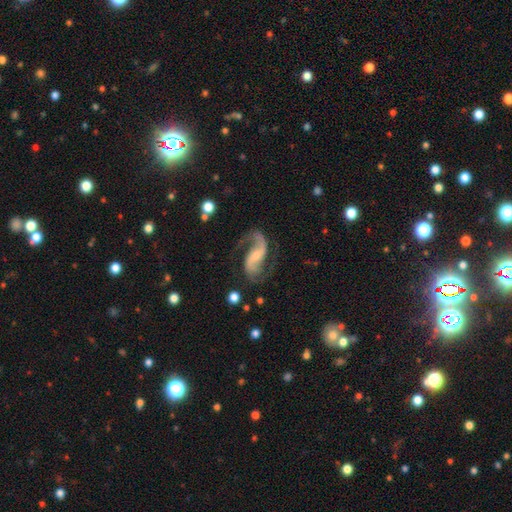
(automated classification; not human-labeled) This is clearly a featured or disk galaxy (90%). It is clearly not viewed edge-on (97%). Bar: marginally weak (39%). Spiral arm pattern: clearly yes (97%). Spiral arm count: clearly 2 (89%). Spiral winding: possibly loose (52%). Central bulge: possibly small (60%). Merging: likely none (68%).